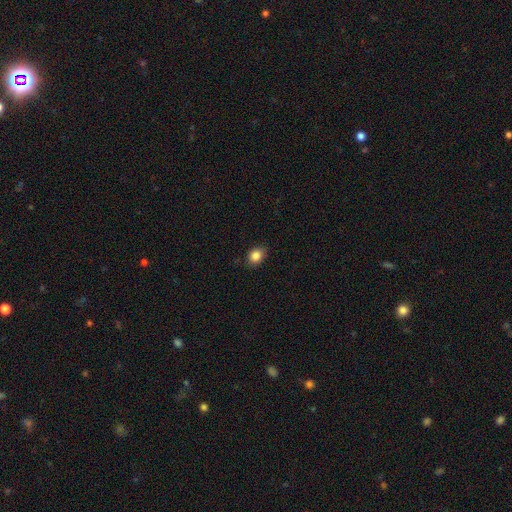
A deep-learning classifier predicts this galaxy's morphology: Smooth or featured? Predicted: smooth (p=0.85). How rounded? Predicted: in between (p=0.50). Merging? Predicted: none (p=0.85).